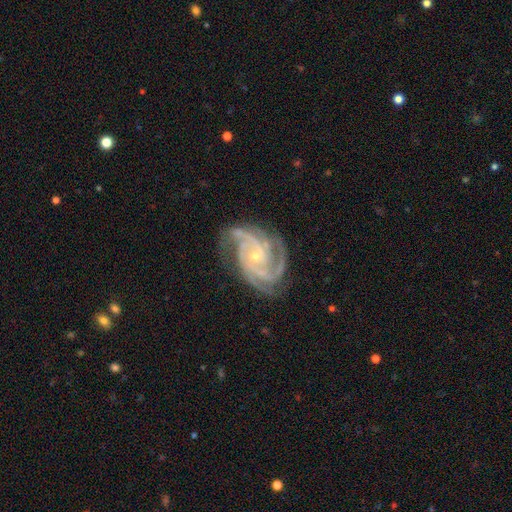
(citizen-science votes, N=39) smooth_or_featured: featured or disk (p=0.92) [alt: star or artifact p=0.05]
disk_edge_on: no (p=0.94) [alt: yes p=0.06]
bar: no (p=0.74) [alt: weak p=0.21]
has_spiral_arms: yes (p=1.00)
spiral_winding: tight (p=0.59) [alt: medium p=0.38]
spiral_arm_count: 3 (p=0.65) [alt: 4 p=0.26]
bulge_size: small (p=0.79) [alt: moderate p=0.21]
merging: none (p=0.78) [alt: minor disturbance p=0.16]